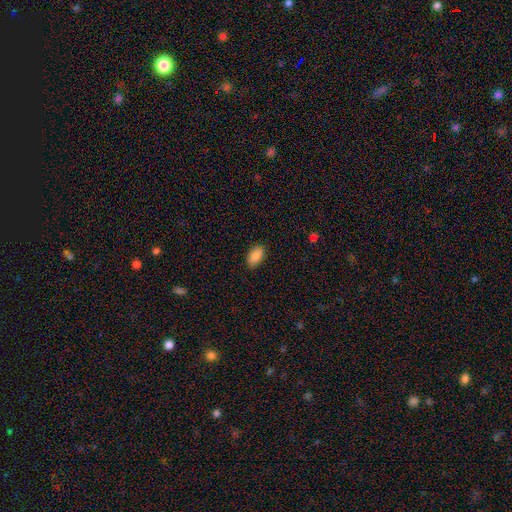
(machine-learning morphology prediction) Q: Smooth or featured?
A: smooth (88%); runner-up: star or artifact (7%)
Q: How rounded?
A: in between (93%); runner-up: round (4%)
Q: Merging?
A: none (85%); runner-up: minor disturbance (12%)